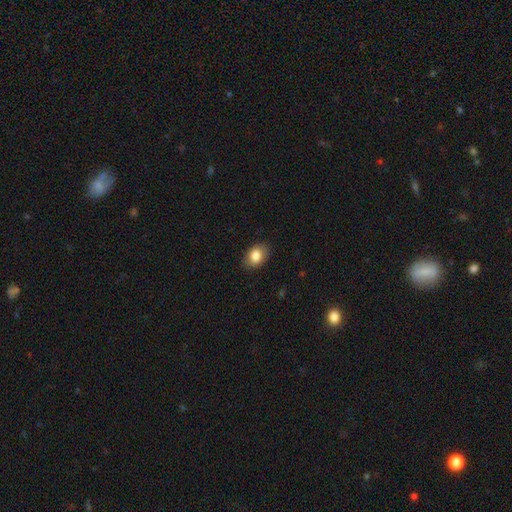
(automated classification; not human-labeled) smooth_or_featured: smooth (p=0.84) [alt: featured or disk p=0.08]
how_rounded: in between (p=0.82) [alt: round p=0.17]
merging: none (p=0.86) [alt: minor disturbance p=0.10]